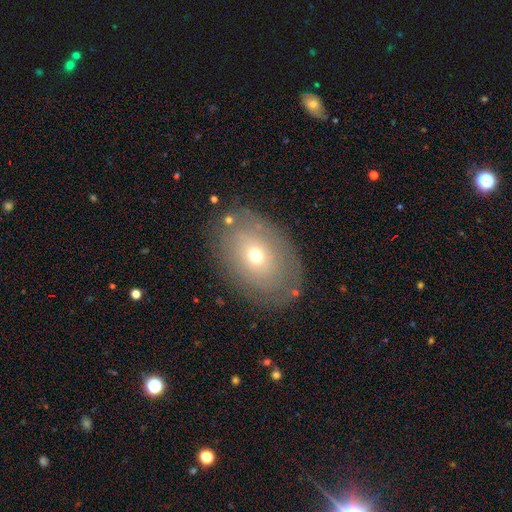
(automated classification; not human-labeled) A smooth galaxy with no disk features (54%) that is in between round and cigar-shaped (81%).

Vote fractions:
- Smooth or featured? smooth: 54% / featured or disk: 35% / star or artifact: 11%
- How rounded? in between: 81% / round: 17% / cigar-shaped: 1%
- Merging? none: 79% / minor disturbance: 14% / major disturbance: 5% / merger: 2%